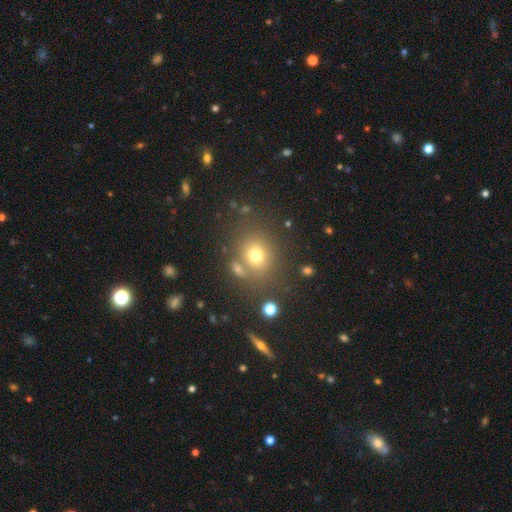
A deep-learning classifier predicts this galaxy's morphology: smooth_or_featured: smooth (p=0.70) [alt: star or artifact p=0.18]
how_rounded: round (p=0.69) [alt: in between p=0.30]
merging: none (p=0.69) [alt: merger p=0.14]